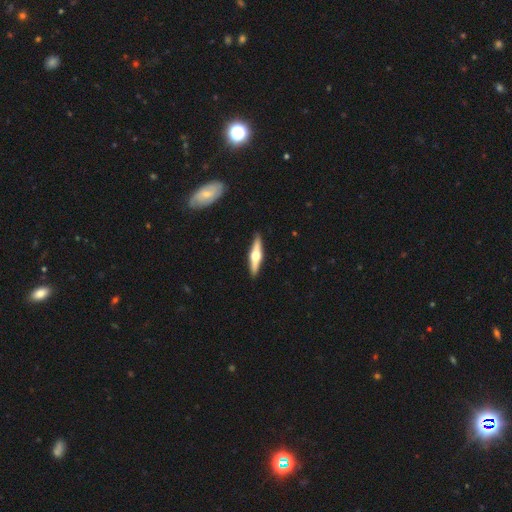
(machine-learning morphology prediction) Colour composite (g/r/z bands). It shows a featured or disk galaxy (68%) viewed edge-on (96%) with a rounded central bulge (95%). Merging: none (91%).